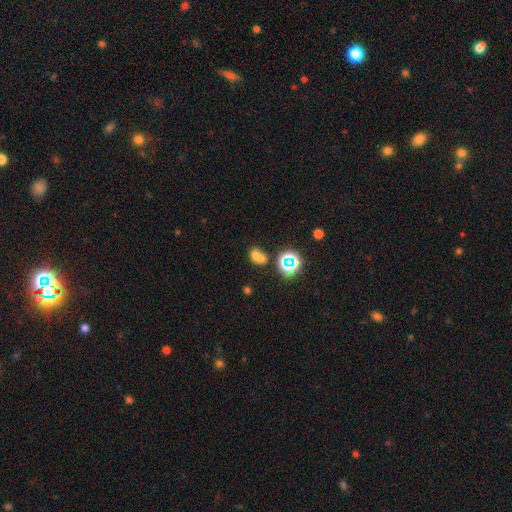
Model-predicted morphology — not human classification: A smooth galaxy with no disk features (62%) that is round (50%).

Vote fractions:
- Smooth or featured? smooth: 62% / star or artifact: 22% / featured or disk: 16%
- How rounded? round: 50% / in between: 48% / cigar-shaped: 1%
- Merging? merger: 51% / none: 33% / minor disturbance: 10% / major disturbance: 6%